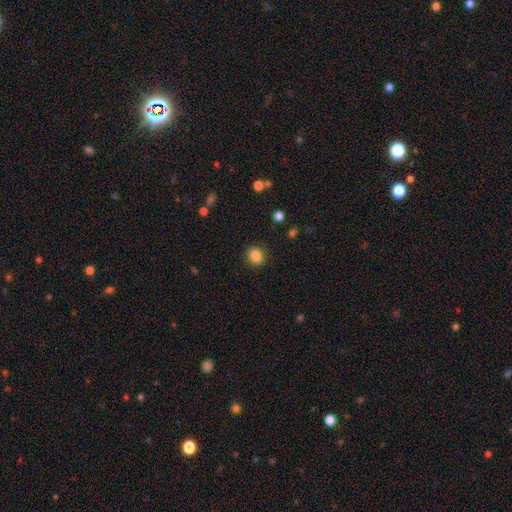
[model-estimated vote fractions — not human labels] Morphology: type=smooth (86%); roundness=round (59%); merging=none (87%).